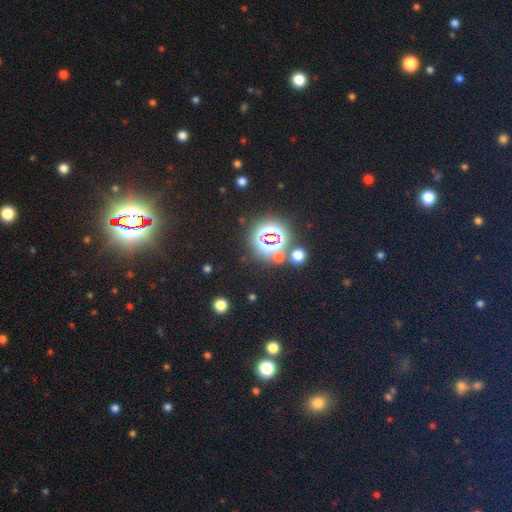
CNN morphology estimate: smooth-or-featured: star or artifact: 81% | smooth: 13% | featured or disk: 7%